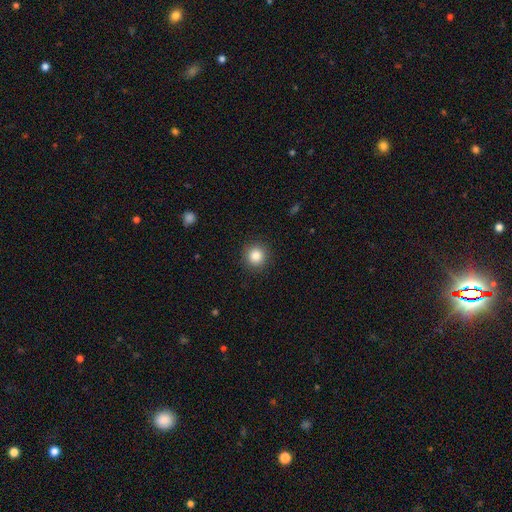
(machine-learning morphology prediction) Overall: smooth (85%). How rounded: round (94%). Merging: none (91%).